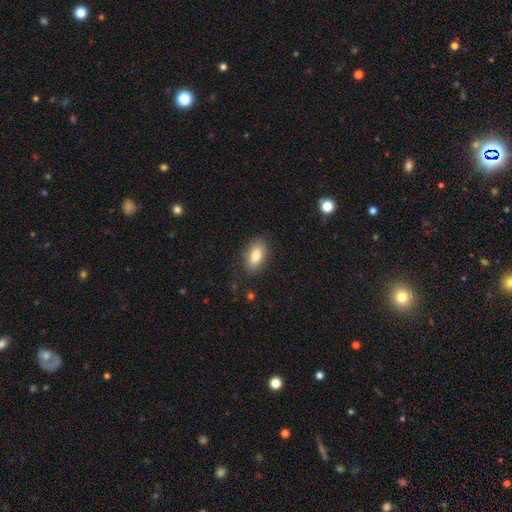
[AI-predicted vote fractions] This appears to be a smooth galaxy with no disk features (84%) that is in between round and cigar-shaped (90%). Merging: none (84%).